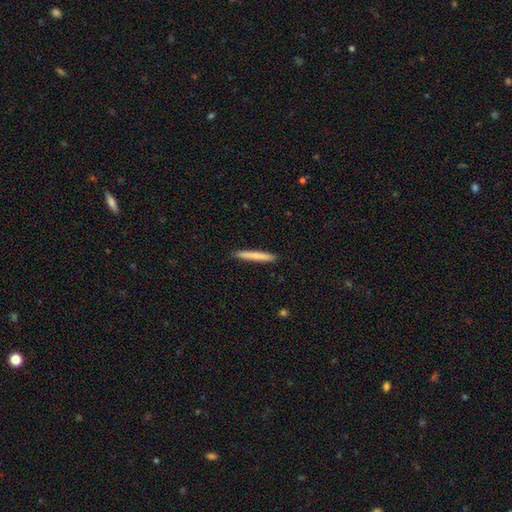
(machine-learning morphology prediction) A smooth galaxy with no disk features (76%) that is cigar-shaped (96%).

Vote fractions:
- Smooth or featured? smooth: 76% / featured or disk: 18% / star or artifact: 6%
- How rounded? cigar-shaped: 96% / in between: 3% / round: 1%
- Merging? none: 91% / minor disturbance: 6% / major disturbance: 1% / merger: 1%